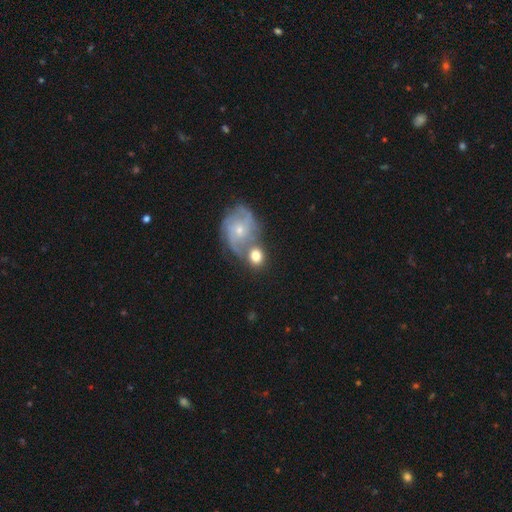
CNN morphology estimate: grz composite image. It shows a smooth galaxy with no disk features (62%) that is round (69%). Merging: none (46%).